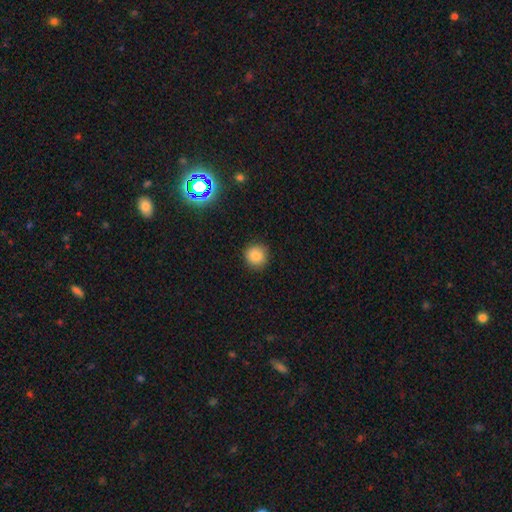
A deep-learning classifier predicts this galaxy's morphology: Smooth or featured?
  - smooth: 84% *
  - star or artifact: 11%
  - featured or disk: 5%
How rounded?
  - round: 92% *
  - in between: 7%
  - cigar-shaped: 1%
Merging?
  - none: 89% *
  - minor disturbance: 7%
  - major disturbance: 2%
  - merger: 1%